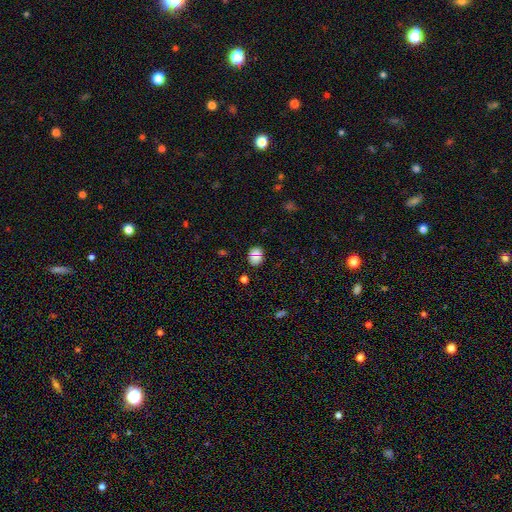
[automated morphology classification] A smooth galaxy with no disk features (72%) that is round (59%).

Vote fractions:
- Smooth or featured? smooth: 72% / star or artifact: 19% / featured or disk: 9%
- How rounded? round: 59% / in between: 40% / cigar-shaped: 2%
- Merging? none: 81% / minor disturbance: 10% / merger: 6% / major disturbance: 3%